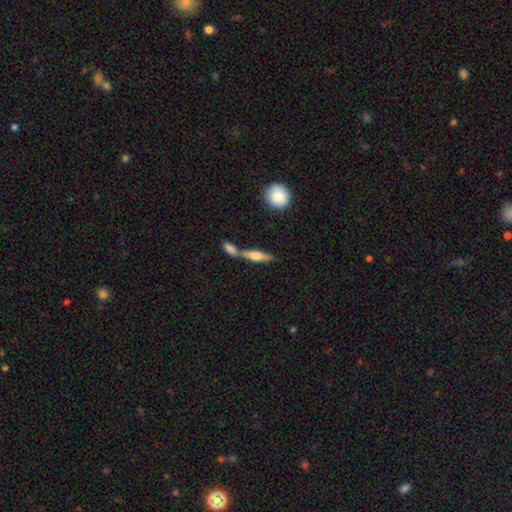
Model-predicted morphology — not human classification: This is possibly a smooth galaxy (49%). Merging: possibly none (52%).